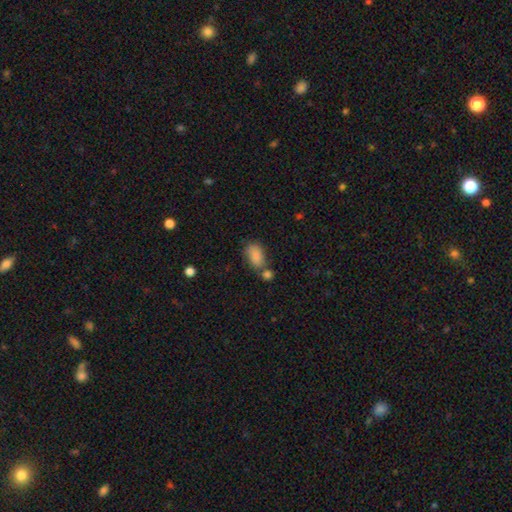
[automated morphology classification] The model was most divided on "merging": none: 46%, merger: 29%, minor disturbance: 18%, major disturbance: 7%. More confident: how rounded — in between (89%); smooth or featured — smooth (85%).